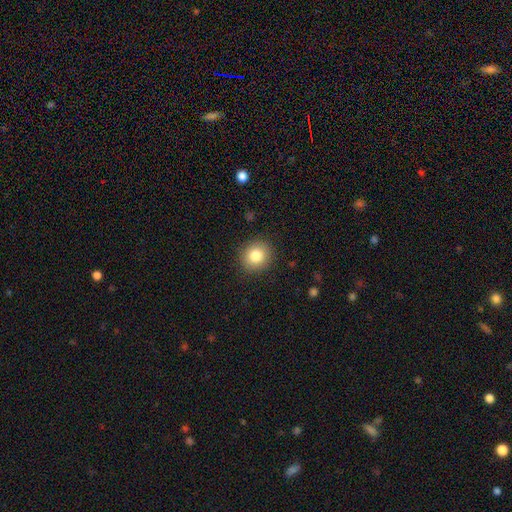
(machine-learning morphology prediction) A smooth galaxy with no disk features (82%) that is round (81%). Merging: none (89%).